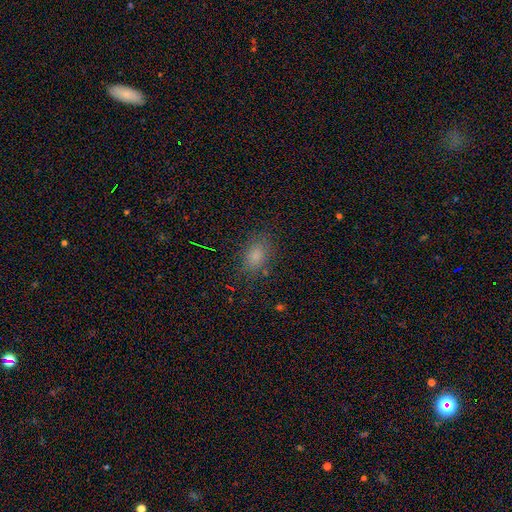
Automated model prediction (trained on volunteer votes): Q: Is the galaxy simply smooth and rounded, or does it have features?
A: smooth — 80%.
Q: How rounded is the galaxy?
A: in between — 78%.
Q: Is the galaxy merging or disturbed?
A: none — 80%.